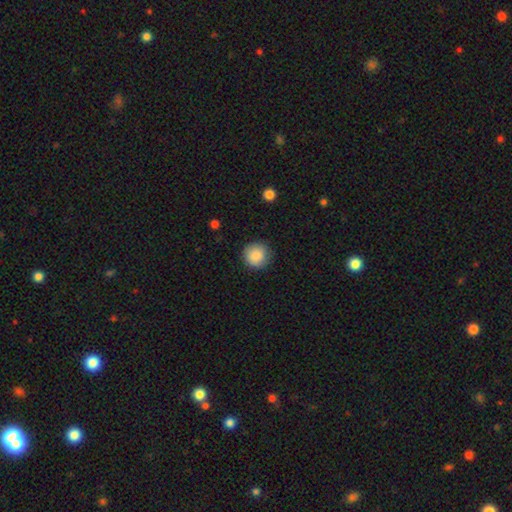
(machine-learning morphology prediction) This appears to be a smooth galaxy with no disk features (88%) that is round (94%). Merging: none (87%).